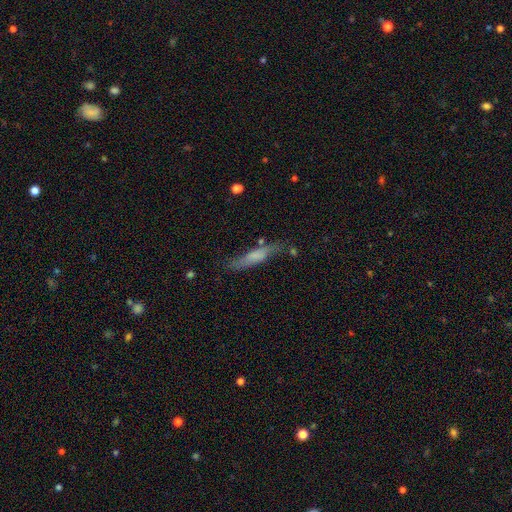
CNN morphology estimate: The model was most divided on "smooth or featured": smooth: 58%, featured or disk: 34%, star or artifact: 7%. More confident: how rounded — cigar-shaped (83%); merging — none (67%).